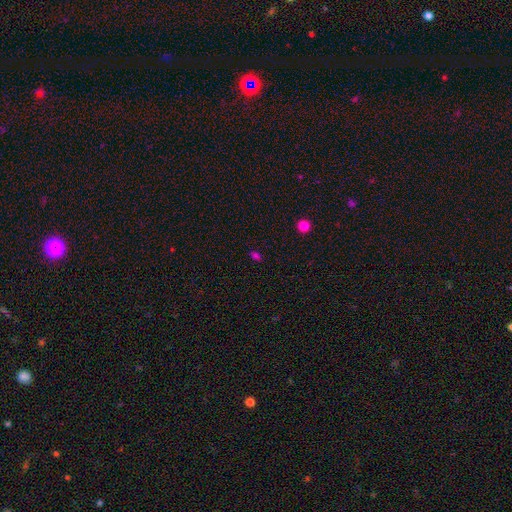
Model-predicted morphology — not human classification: Smooth or featured? Predicted: smooth (p=0.65). How rounded? Predicted: in between (p=0.78). Merging? Predicted: none (p=0.83).